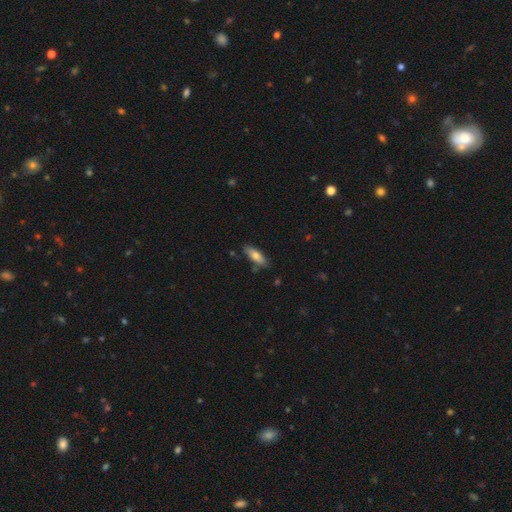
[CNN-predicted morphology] smooth_or_featured: smooth (p=0.73) [alt: featured or disk p=0.21]
how_rounded: in between (p=0.65) [alt: cigar-shaped p=0.33]
merging: none (p=0.79) [alt: minor disturbance p=0.15]